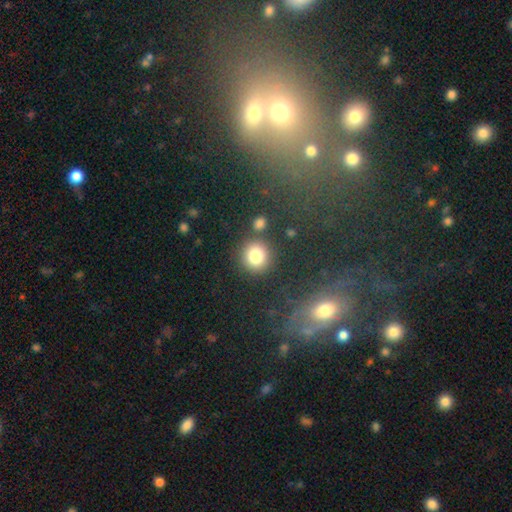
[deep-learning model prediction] smooth 80%, star or artifact 12%, featured or disk 7%. Down the decision tree: how rounded — round (89%); merging — none (80%).